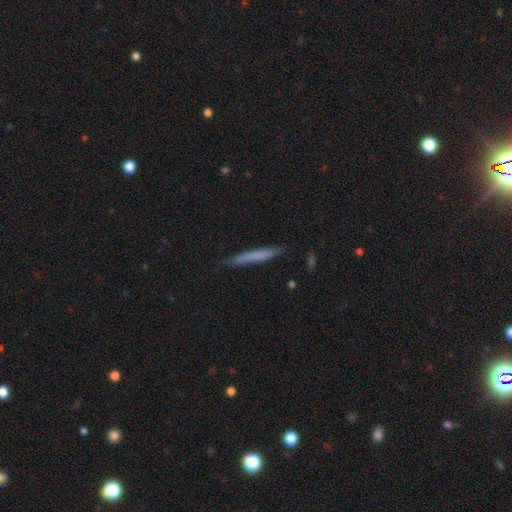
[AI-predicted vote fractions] smooth_or_featured: smooth (p=0.65) [alt: featured or disk p=0.29]
how_rounded: cigar-shaped (p=0.96) [alt: in between p=0.03]
merging: none (p=0.82) [alt: minor disturbance p=0.14]